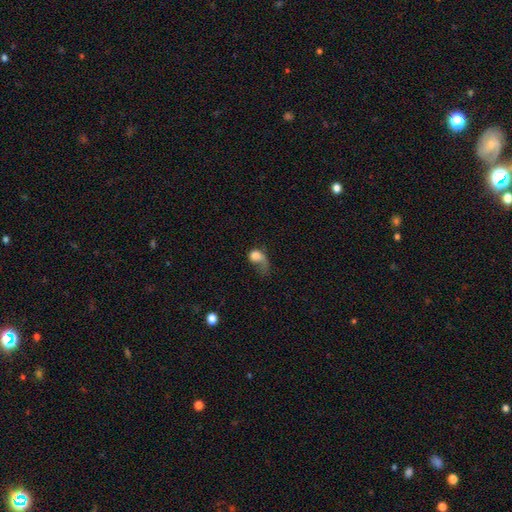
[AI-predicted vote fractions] Overall: smooth (64%; featured or disk 26%). How rounded: in between (49%, tied with round). Merging: major disturbance (61%).